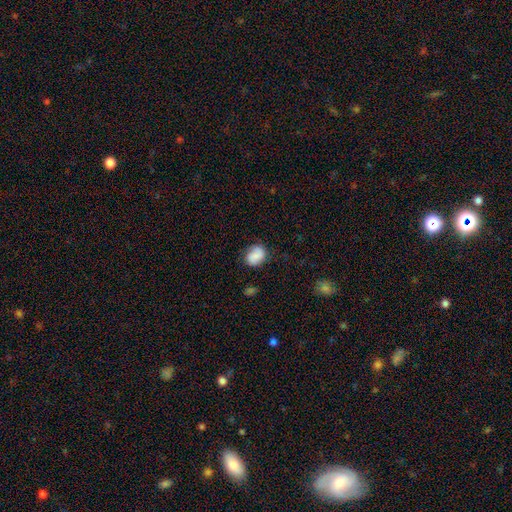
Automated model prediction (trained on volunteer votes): Smooth or featured: smooth — 71% (featured or disk — 20%)
How rounded: in between — 51% (round — 48%)
Merging: none — 67% (minor disturbance — 23%)